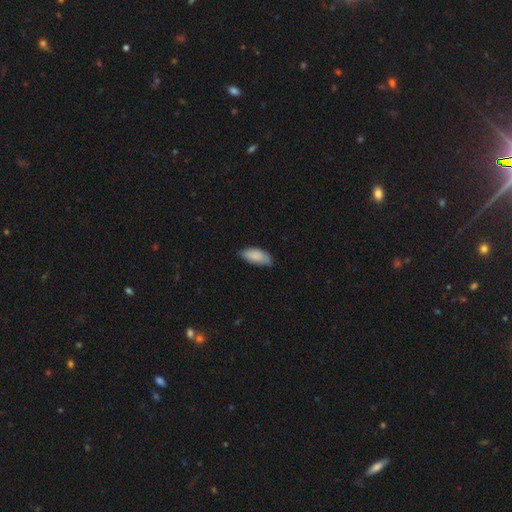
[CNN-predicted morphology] type=smooth (88%); roundness=in between (87%); merging=none (72%).